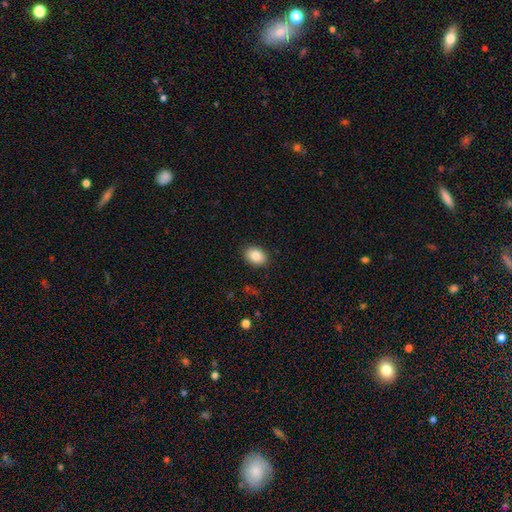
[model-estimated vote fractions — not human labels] smooth-or-featured: smooth: 85% | star or artifact: 8% | featured or disk: 7%
  how-rounded: in between: 74% | round: 25% | cigar-shaped: 1%
  merging: none: 89% | minor disturbance: 8% | major disturbance: 2% | merger: 1%